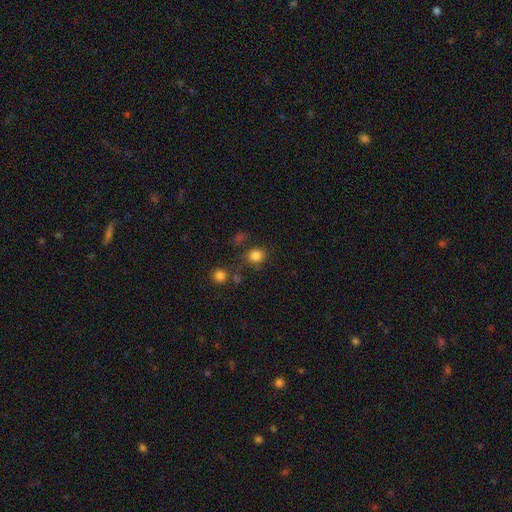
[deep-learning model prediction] smooth 82%, star or artifact 13%, featured or disk 5%. Down the decision tree: how rounded — round (81%); merging — none (76%).